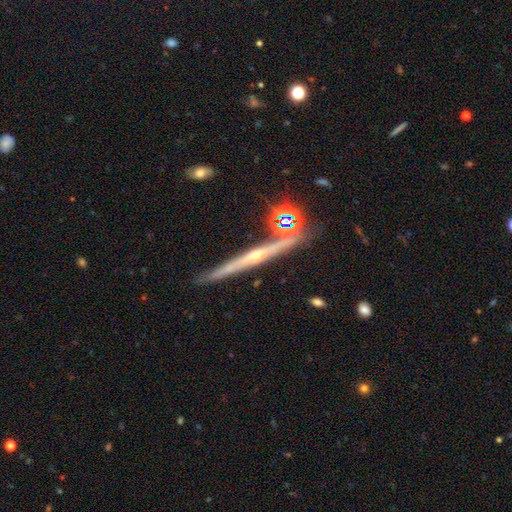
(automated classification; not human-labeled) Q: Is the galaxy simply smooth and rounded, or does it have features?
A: featured or disk — 77%.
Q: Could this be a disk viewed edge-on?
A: yes — 97%.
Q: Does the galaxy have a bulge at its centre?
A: rounded — 77%.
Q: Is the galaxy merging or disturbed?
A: none — 81%.